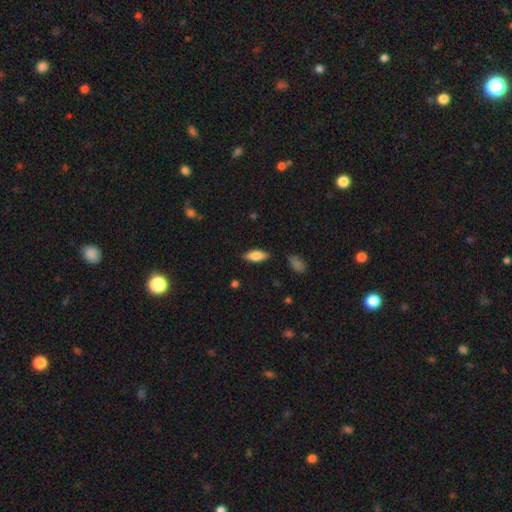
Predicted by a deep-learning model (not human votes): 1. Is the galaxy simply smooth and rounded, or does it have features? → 77% smooth, 16% featured or disk, 7% star or artifact.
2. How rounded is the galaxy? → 77% in between, 21% cigar-shaped, 2% round.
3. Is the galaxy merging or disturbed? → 85% none, 11% minor disturbance, 2% major disturbance, 2% merger.